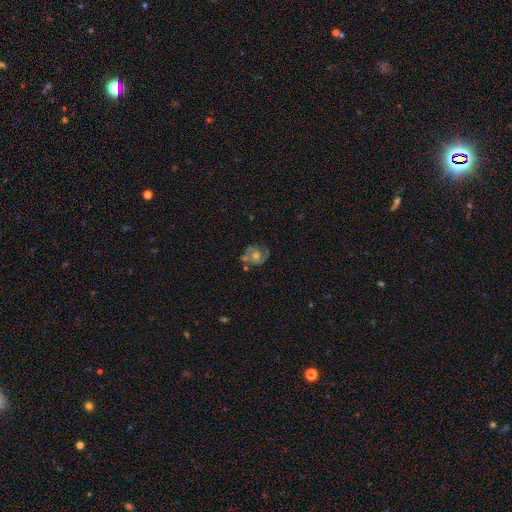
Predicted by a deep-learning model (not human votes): This appears to be a featured or disk galaxy (75%) with no bar (72%), 2 (71%) medium (43%, tied with tight) spiral arms (89%) and a moderate central bulge (63%). Merging: none (60%).